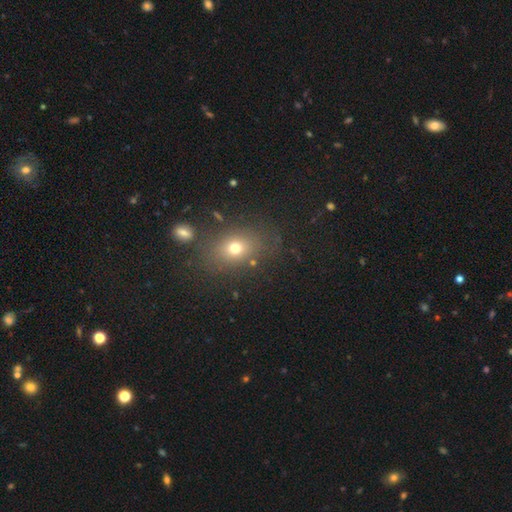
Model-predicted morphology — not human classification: Smooth or featured: smooth — 57% (star or artifact — 33%)
How rounded: in between — 54% (round — 44%)
Merging: none — 84% (minor disturbance — 8%)